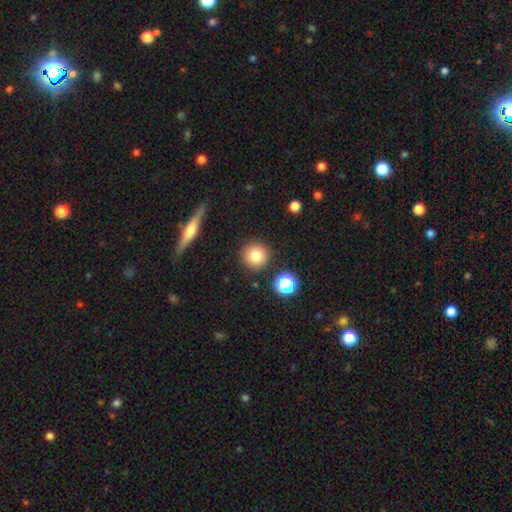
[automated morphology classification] A smooth galaxy with no disk features (81%) that is round (94%). Merging: none (88%).